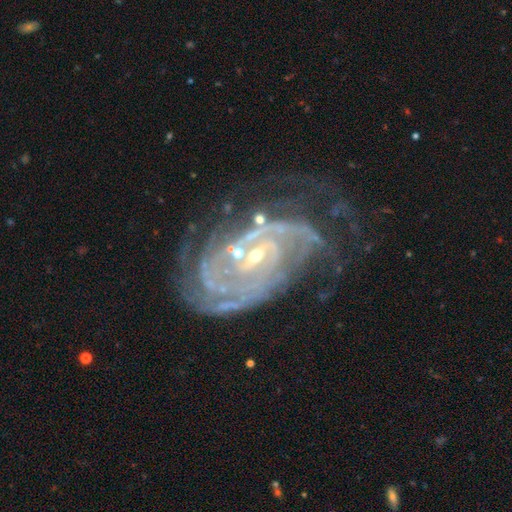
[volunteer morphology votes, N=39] Q: Smooth or featured?
A: featured or disk (95%); runner-up: smooth (3%)
Q: Edge-on disk?
A: no (97%); runner-up: yes (3%)
Q: Bar?
A: weak (53%); runner-up: no (33%)
Q: Spiral arms?
A: yes (97%); runner-up: no (3%)
Q: Spiral winding?
A: tight (83%); runner-up: medium (11%)
Q: Spiral arm count?
A: 2 (34%); tied with: 3 (34%)
Q: Bulge size?
A: small (81%); runner-up: moderate (14%)
Q: Merging?
A: none (63%); runner-up: minor disturbance (18%)